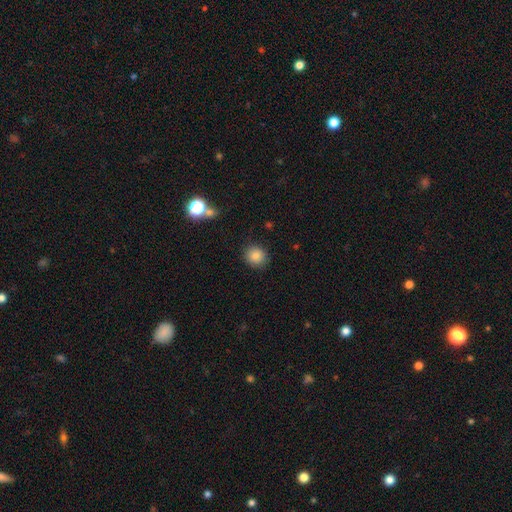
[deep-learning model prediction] smooth 83%, star or artifact 11%, featured or disk 6%. Down the decision tree: how rounded — round (84%); merging — none (87%).